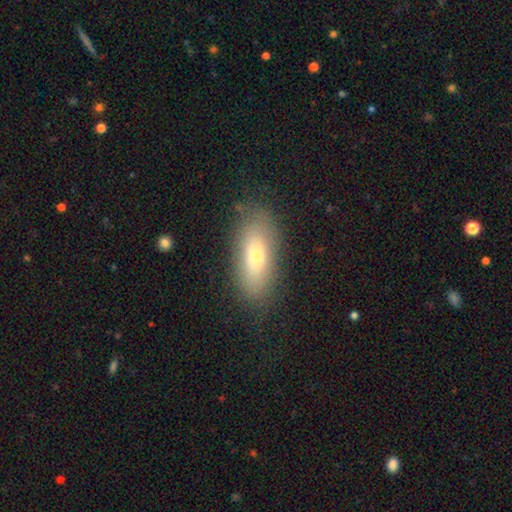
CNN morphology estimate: This appears to be a smooth galaxy with no disk features (73%) that is in between round and cigar-shaped (77%). Merging: none (80%).